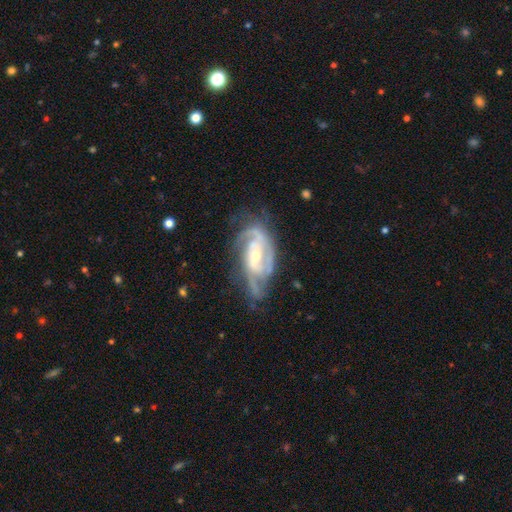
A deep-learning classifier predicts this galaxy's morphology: Overall: featured or disk (90%). Edge-on disk: no (96%). Bar: weak (43%; no 32%). Spiral arms: yes (97%). Spiral arm count: 2 (40%; 3 30%). Spiral winding: tight (46%; medium 43%). Bulge size: small (48%; moderate 47%). Merging: none (58%; minor disturbance 24%).